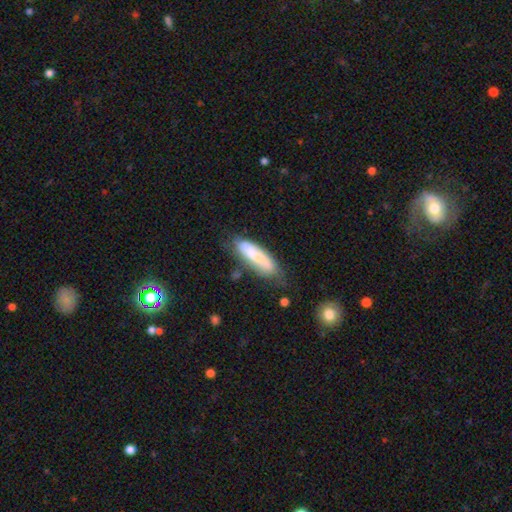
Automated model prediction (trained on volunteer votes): This is possibly a smooth galaxy (59%). How rounded: possibly cigar-shaped (60%). Merging: possibly none (59%).